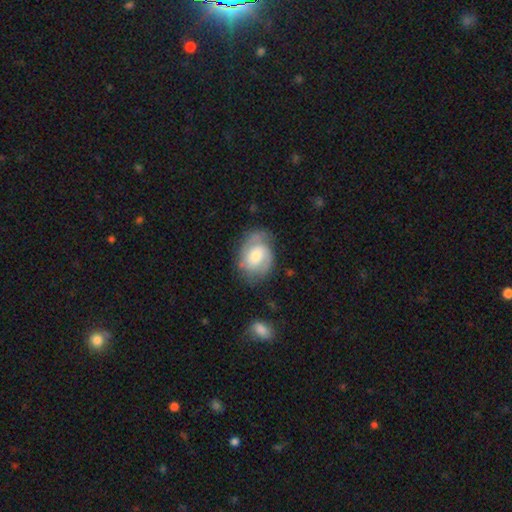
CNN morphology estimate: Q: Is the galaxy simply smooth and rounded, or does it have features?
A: featured or disk — 66%.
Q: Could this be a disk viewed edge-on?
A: no — 97%.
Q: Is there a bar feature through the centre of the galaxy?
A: no — 57%.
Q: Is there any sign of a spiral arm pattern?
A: yes — 88%.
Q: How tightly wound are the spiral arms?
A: tight — 44%.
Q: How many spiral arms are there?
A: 2 — 64%.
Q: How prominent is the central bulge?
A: moderate — 53%.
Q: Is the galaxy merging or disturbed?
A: none — 65%.